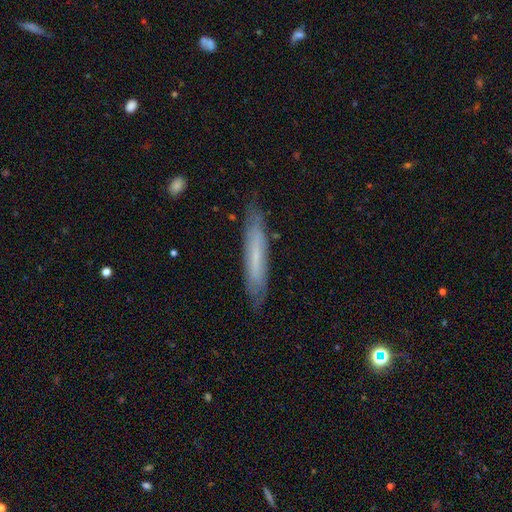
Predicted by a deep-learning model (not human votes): smooth 50%, featured or disk 43%, star or artifact 7%. Down the decision tree: merging — none (84%).